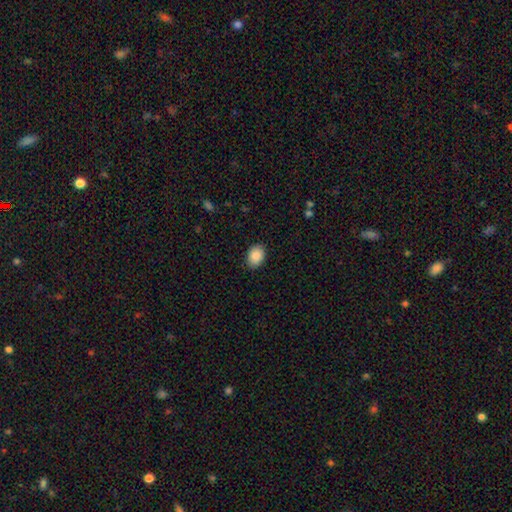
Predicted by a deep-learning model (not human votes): Smooth or featured? smooth (90%)
How rounded? in between (73%)
Merging? none (88%)